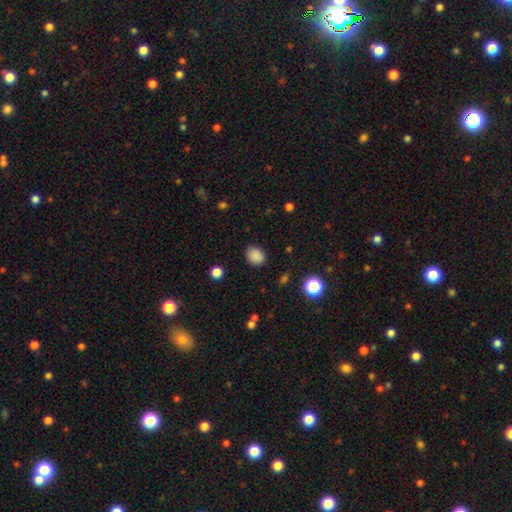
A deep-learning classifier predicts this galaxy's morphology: type=smooth (87%); roundness=round (54%); merging=none (86%).